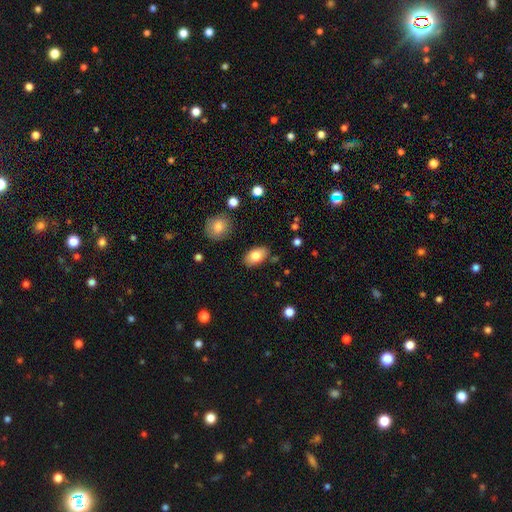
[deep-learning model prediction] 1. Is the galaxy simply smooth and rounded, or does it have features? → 81% smooth, 12% featured or disk, 7% star or artifact.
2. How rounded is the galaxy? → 92% in between, 6% round, 2% cigar-shaped.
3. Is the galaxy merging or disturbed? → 83% none, 12% minor disturbance, 3% merger, 3% major disturbance.